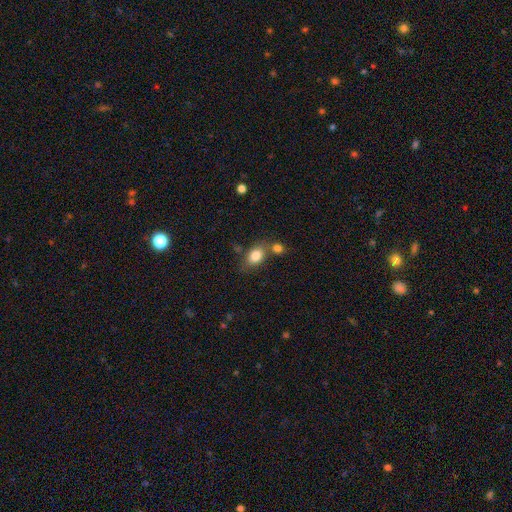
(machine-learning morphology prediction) Smooth or featured?
  - smooth: 82% *
  - star or artifact: 9%
  - featured or disk: 9%
How rounded?
  - in between: 75% *
  - round: 23%
  - cigar-shaped: 2%
Merging?
  - none: 55% *
  - merger: 26%
  - minor disturbance: 14%
  - major disturbance: 5%